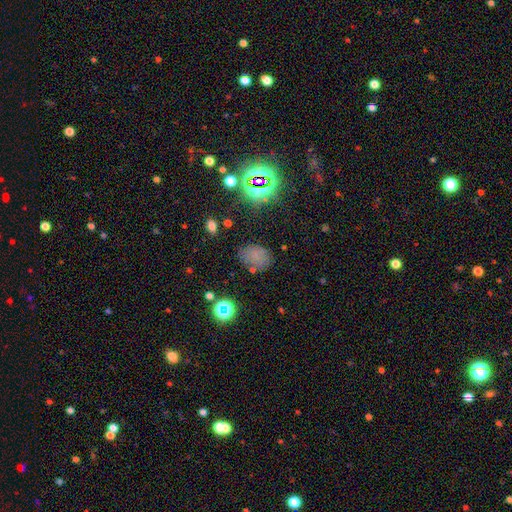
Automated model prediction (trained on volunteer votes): The model was most divided on "smooth or featured": smooth: 64%, star or artifact: 26%, featured or disk: 10%. More confident: how rounded — in between (72%); merging — none (72%).